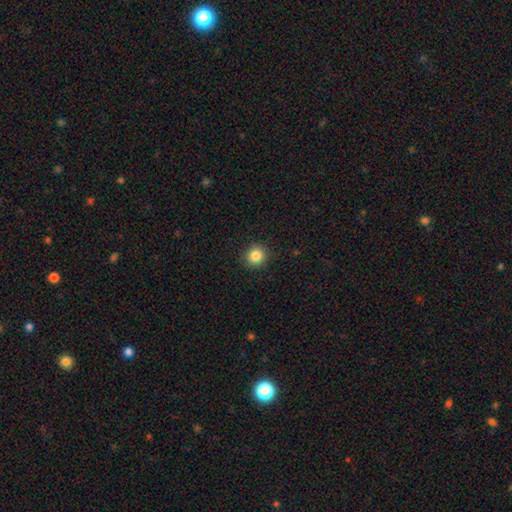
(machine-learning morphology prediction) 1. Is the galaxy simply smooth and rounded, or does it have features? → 85% smooth, 10% star or artifact, 4% featured or disk.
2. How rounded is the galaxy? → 90% round, 9% in between, 1% cigar-shaped.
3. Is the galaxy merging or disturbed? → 91% none, 6% minor disturbance, 2% major disturbance, 1% merger.